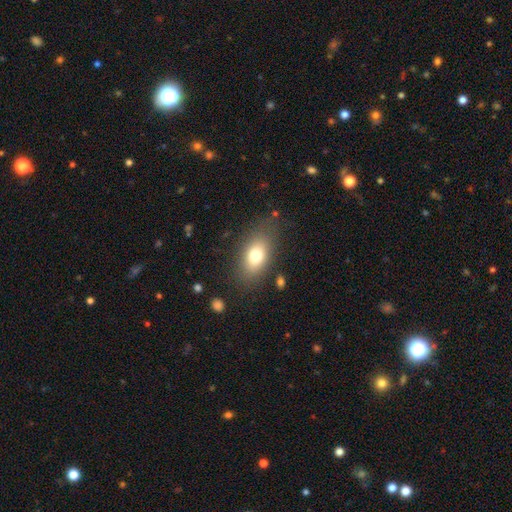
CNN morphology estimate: Smooth or featured? Predicted: smooth (p=0.75). How rounded? Predicted: in between (p=0.85). Merging? Predicted: none (p=0.77).